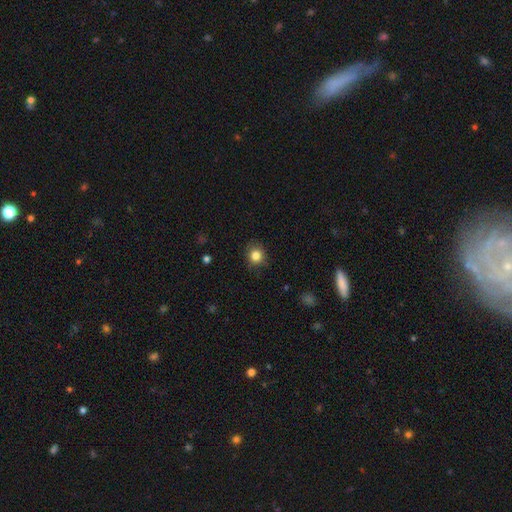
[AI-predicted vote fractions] A smooth galaxy with no disk features (84%) that is round (85%). Merging: none (85%).